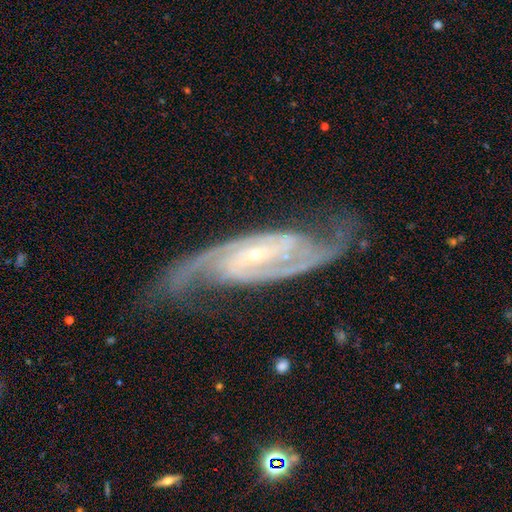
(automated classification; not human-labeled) Smooth or featured?
  - featured or disk: 92% *
  - star or artifact: 5%
  - smooth: 3%
Edge-on disk?
  - no: 94% *
  - yes: 6%
Bar?
  - weak: 38% *
  - no: 34%
  - strong: 29%
Spiral arms?
  - yes: 98% *
  - no: 2%
Spiral winding?
  - medium: 52% *
  - tight: 36%
  - loose: 12%
Spiral arm count?
  - 2: 85% *
  - 3: 5%
  - can't tell: 4%
  - 4: 2%
  - 1: 2%
  - more than 4: 2%
Bulge size?
  - small: 79% *
  - moderate: 17%
  - none: 2%
  - large: 1%
  - dominant: 1%
Merging?
  - none: 75% *
  - minor disturbance: 16%
  - major disturbance: 7%
  - merger: 2%